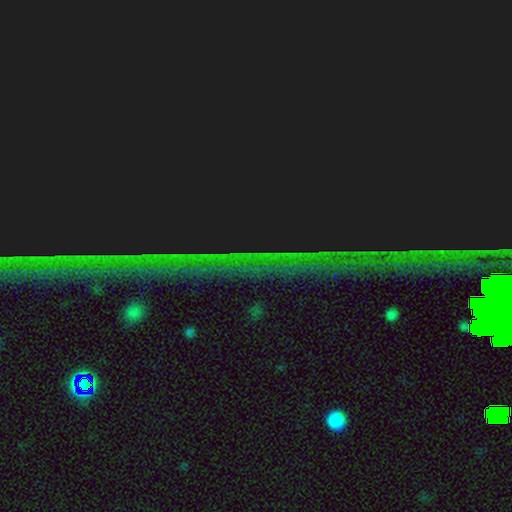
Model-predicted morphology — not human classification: The model was most divided on "smooth or featured": star or artifact: 85%, featured or disk: 7%, smooth: 7%.